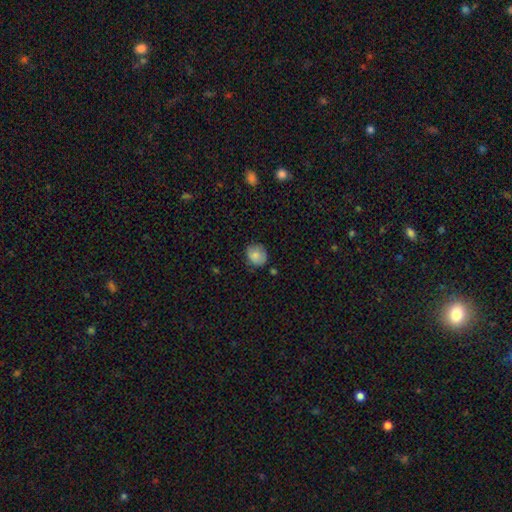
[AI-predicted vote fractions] smooth_or_featured: smooth (p=0.82) [alt: featured or disk p=0.10]
how_rounded: round (p=0.70) [alt: in between p=0.30]
merging: none (p=0.75) [alt: minor disturbance p=0.20]